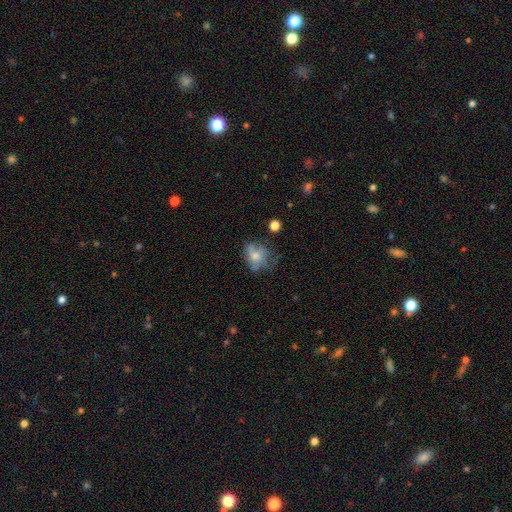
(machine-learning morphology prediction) This is possibly a smooth galaxy (57%). How rounded: possibly in between (54%). Merging: marginally none (39%).